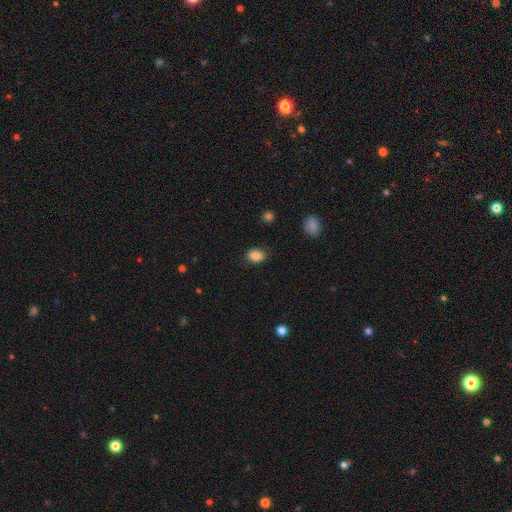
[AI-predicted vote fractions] Smooth or featured?
  - smooth: 86% *
  - star or artifact: 9%
  - featured or disk: 4%
How rounded?
  - in between: 75% *
  - round: 23%
  - cigar-shaped: 1%
Merging?
  - none: 85% *
  - minor disturbance: 11%
  - major disturbance: 3%
  - merger: 1%